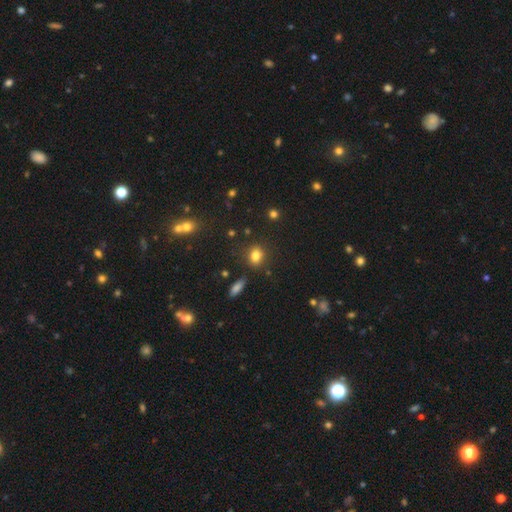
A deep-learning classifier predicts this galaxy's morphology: This appears to be a smooth galaxy with no disk features (80%) that is round (49%, tied with in between). Merging: none (80%).